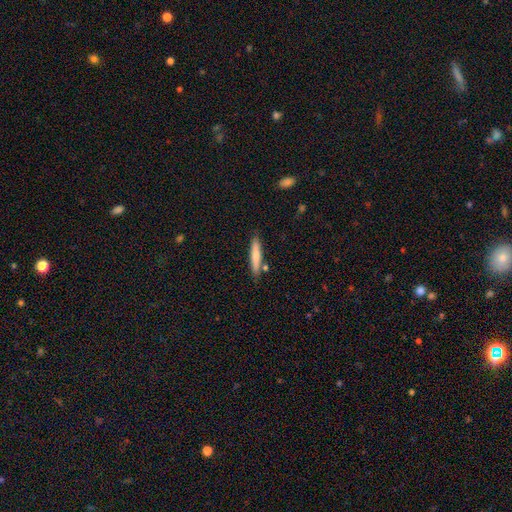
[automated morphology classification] smooth_or_featured: smooth (p=0.72) [alt: featured or disk p=0.22]
how_rounded: cigar-shaped (p=0.91) [alt: in between p=0.08]
merging: none (p=0.83) [alt: minor disturbance p=0.11]